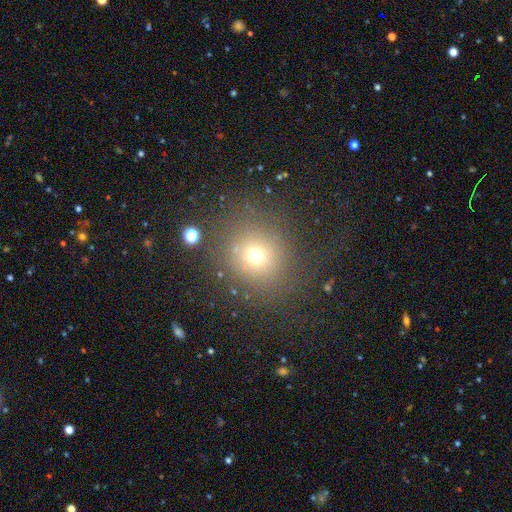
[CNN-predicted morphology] Smooth or featured? Predicted: smooth (p=0.67). How rounded? Predicted: round (p=0.83). Merging? Predicted: none (p=0.78).